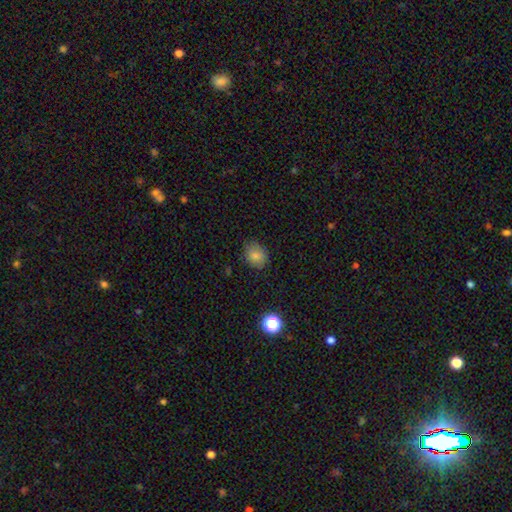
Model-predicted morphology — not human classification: Smooth or featured? Predicted: smooth (p=0.81). How rounded? Predicted: round (p=0.56). Merging? Predicted: none (p=0.77).